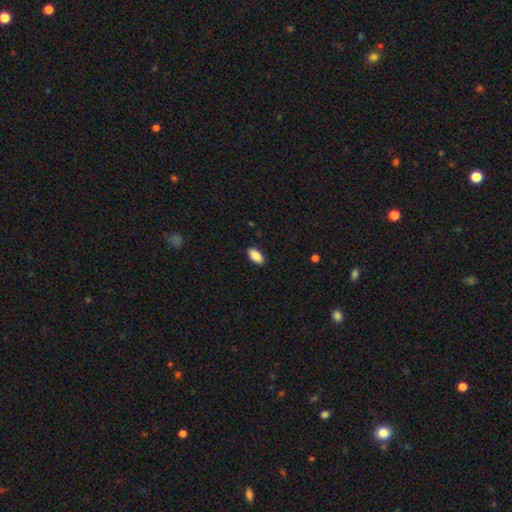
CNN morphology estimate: A smooth galaxy with no disk features (89%) that is in between round and cigar-shaped (92%). Merging: none (89%).